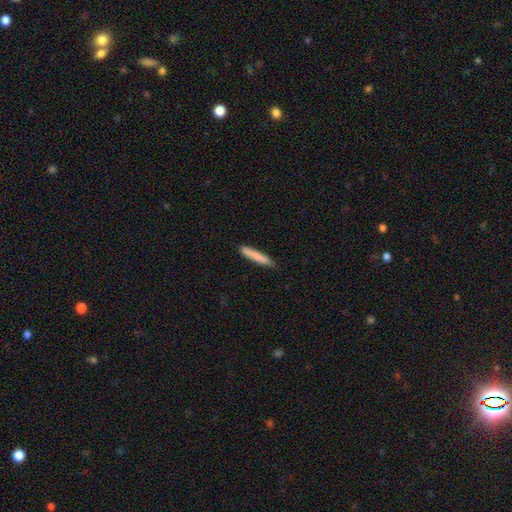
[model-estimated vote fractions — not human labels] Smooth or featured: smooth — 82% (featured or disk — 12%)
How rounded: cigar-shaped — 93% (in between — 5%)
Merging: none — 85% (minor disturbance — 12%)